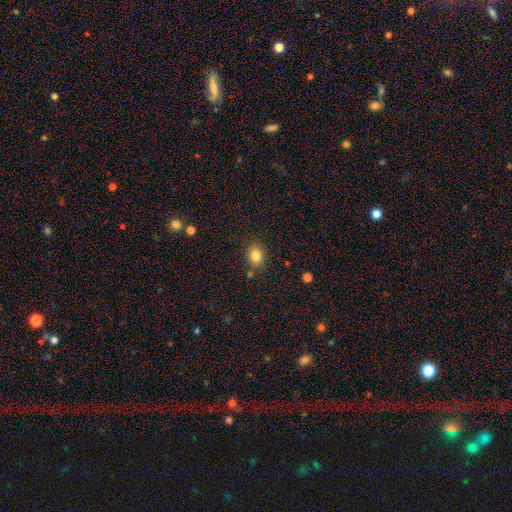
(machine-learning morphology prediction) smooth_or_featured: smooth (p=0.83) [alt: star or artifact p=0.10]
how_rounded: in between (p=0.54) [alt: round p=0.45]
merging: none (p=0.80) [alt: minor disturbance p=0.12]